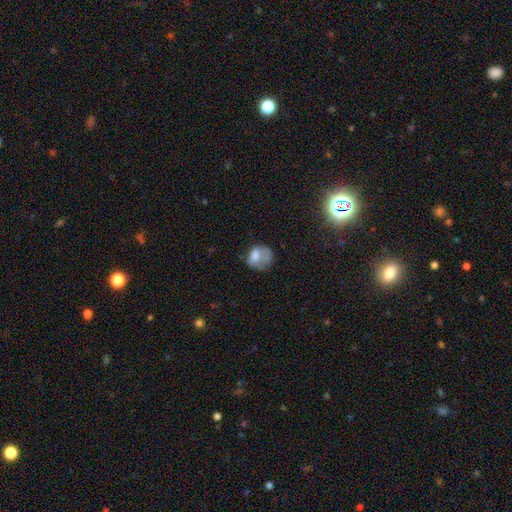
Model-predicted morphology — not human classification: A smooth galaxy with no disk features (68%) that is round (63%). Merging: none (36%).